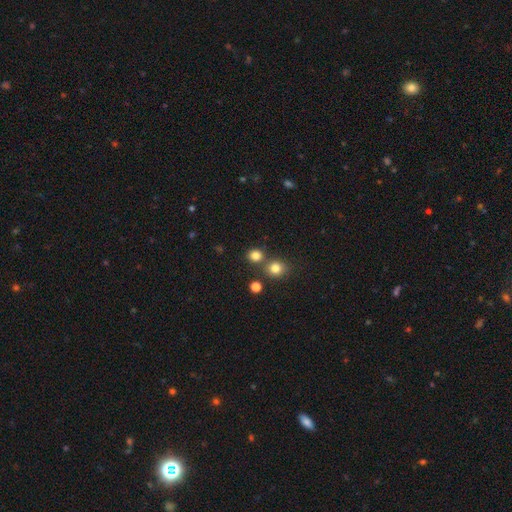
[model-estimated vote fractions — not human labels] smooth_or_featured: smooth (p=0.80) [alt: star or artifact p=0.14]
how_rounded: round (p=0.83) [alt: in between p=0.16]
merging: none (p=0.70) [alt: merger p=0.20]